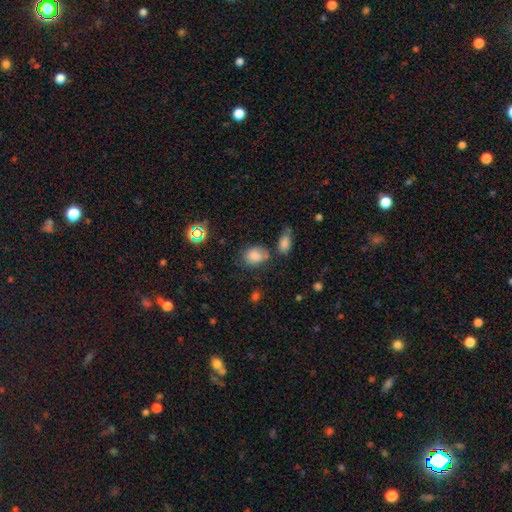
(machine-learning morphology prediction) Smooth or featured: smooth — 81% (star or artifact — 12%)
How rounded: in between — 58% (round — 41%)
Merging: none — 59% (minor disturbance — 22%)